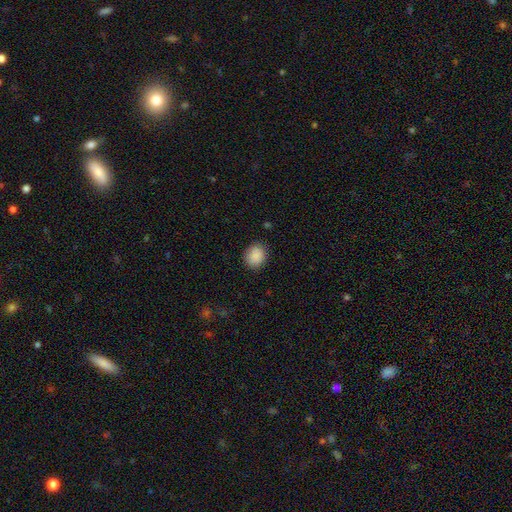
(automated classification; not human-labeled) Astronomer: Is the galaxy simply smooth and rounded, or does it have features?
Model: smooth — 89%.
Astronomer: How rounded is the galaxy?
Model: round — 65%.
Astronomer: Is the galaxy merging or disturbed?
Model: none — 85%.